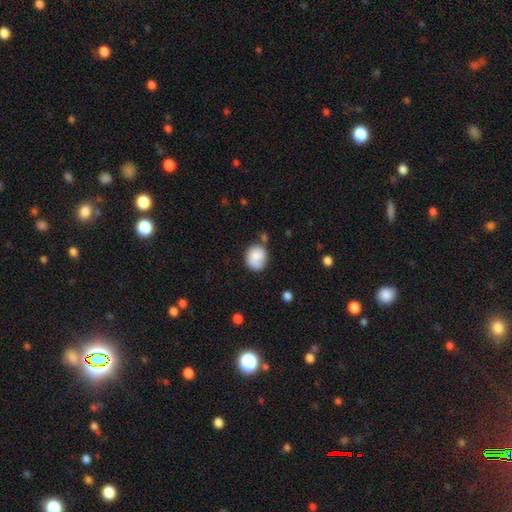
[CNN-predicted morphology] A smooth galaxy with no disk features (83%) that is round (69%).

Vote fractions:
- Smooth or featured? smooth: 83% / featured or disk: 9% / star or artifact: 8%
- How rounded? round: 69% / in between: 30% / cigar-shaped: 1%
- Merging? none: 63% / minor disturbance: 23% / merger: 7% / major disturbance: 6%